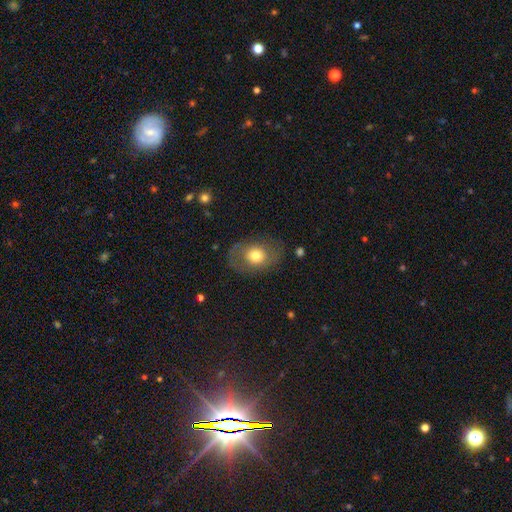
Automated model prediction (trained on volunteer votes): Morphology: type=smooth (60%); roundness=in between (65%); merging=none (74%).